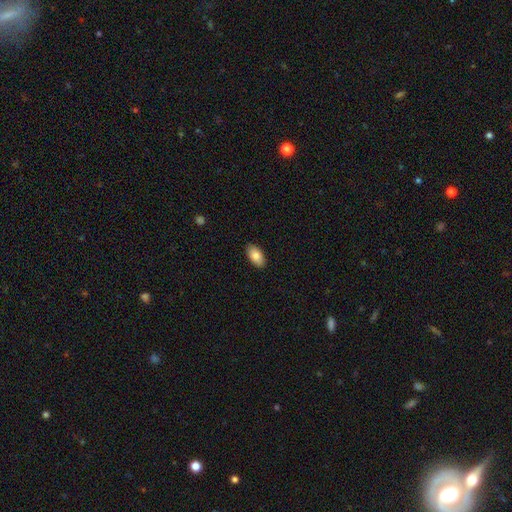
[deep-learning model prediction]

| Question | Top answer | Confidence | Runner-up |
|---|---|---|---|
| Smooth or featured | smooth | 86% | featured or disk (7%) |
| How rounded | in between | 95% | round (3%) |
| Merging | none | 89% | minor disturbance (8%) |